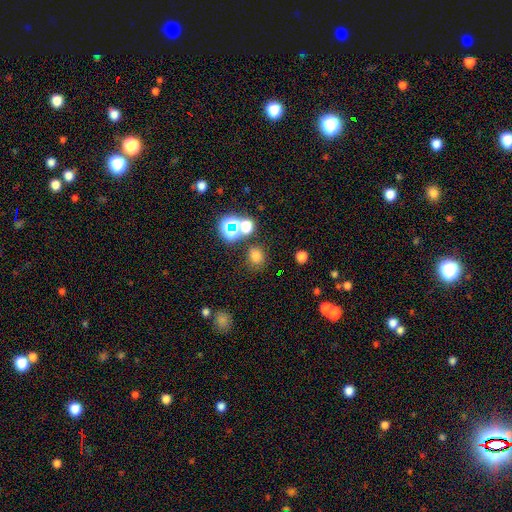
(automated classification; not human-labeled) Smooth or featured?
  - smooth: 69% *
  - star or artifact: 24%
  - featured or disk: 6%
How rounded?
  - round: 74% *
  - in between: 25%
  - cigar-shaped: 1%
Merging?
  - none: 74% *
  - minor disturbance: 11%
  - merger: 11%
  - major disturbance: 5%